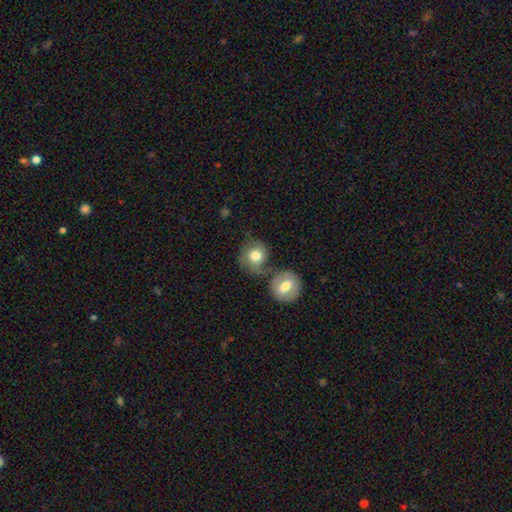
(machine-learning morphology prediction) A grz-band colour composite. It shows a smooth galaxy with no disk features (68%) that is round (80%). Merging: none (48%).